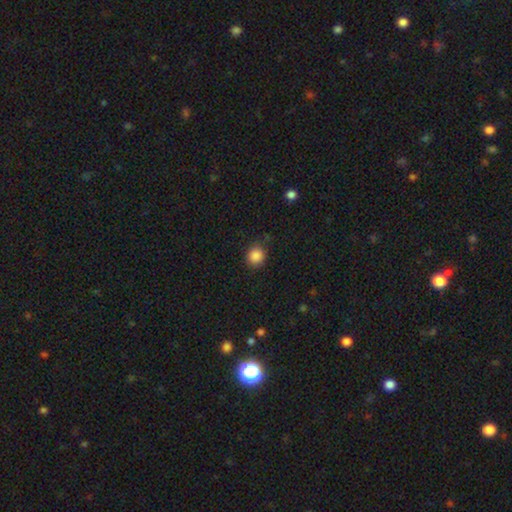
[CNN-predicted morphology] A smooth galaxy with no disk features (87%) that is round (83%).

Vote fractions:
- Smooth or featured? smooth: 87% / star or artifact: 10% / featured or disk: 3%
- How rounded? round: 83% / in between: 16% / cigar-shaped: 1%
- Merging? none: 81% / minor disturbance: 14% / major disturbance: 3% / merger: 1%